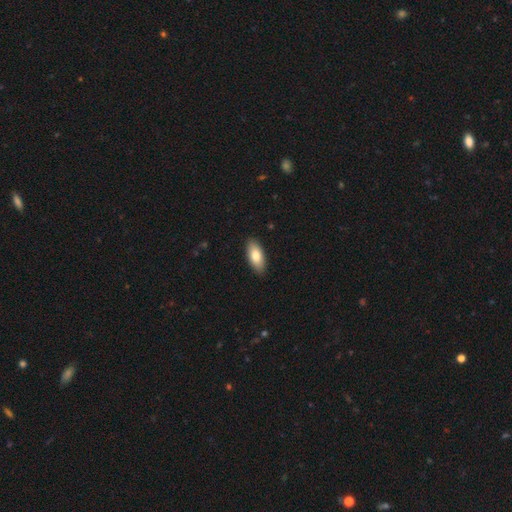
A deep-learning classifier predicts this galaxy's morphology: smooth_or_featured: smooth (p=0.81) [alt: featured or disk p=0.13]
how_rounded: in between (p=0.85) [alt: cigar-shaped p=0.13]
merging: none (p=0.89) [alt: minor disturbance p=0.09]